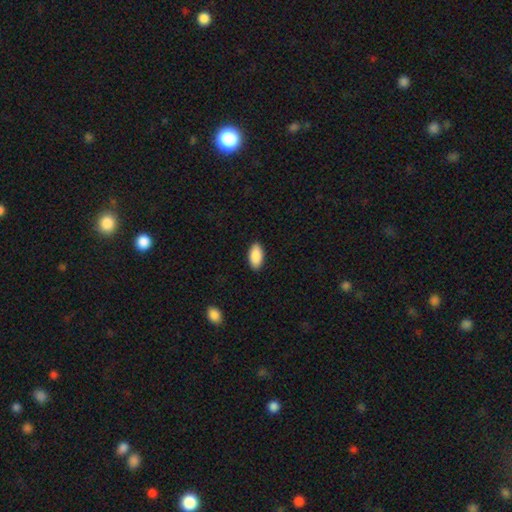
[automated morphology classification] smooth-or-featured: smooth: 90% | star or artifact: 6% | featured or disk: 4%
  how-rounded: in between: 94% | cigar-shaped: 4% | round: 2%
  merging: none: 89% | minor disturbance: 8% | major disturbance: 2% | merger: 1%